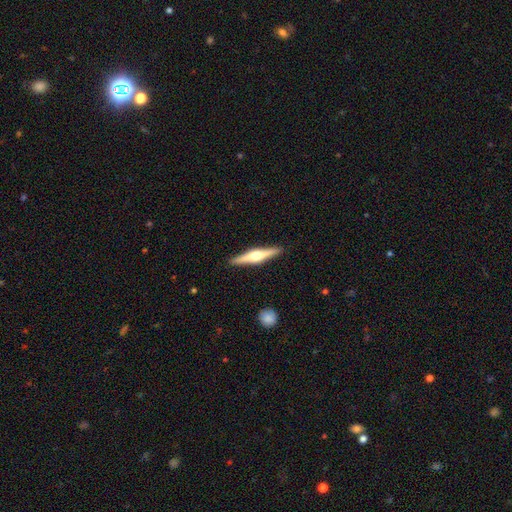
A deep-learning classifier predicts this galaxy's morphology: featured or disk 71%, smooth 24%, star or artifact 5%. Down the decision tree: edge-on disk — yes (98%); edge-on bulge — rounded (92%); merging — none (91%).